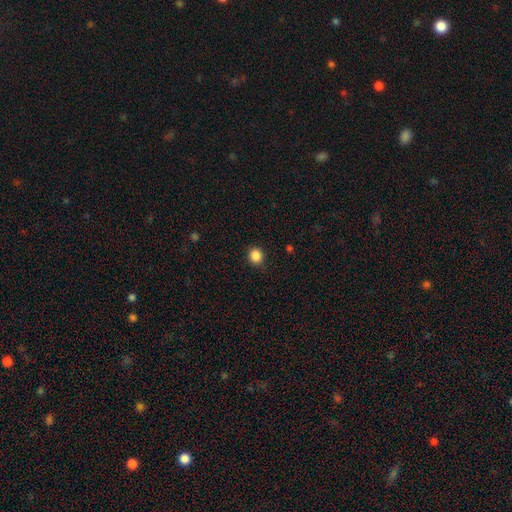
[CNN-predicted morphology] Smooth or featured: smooth — 86% (star or artifact — 11%)
How rounded: round — 85% (in between — 14%)
Merging: none — 89% (minor disturbance — 8%)